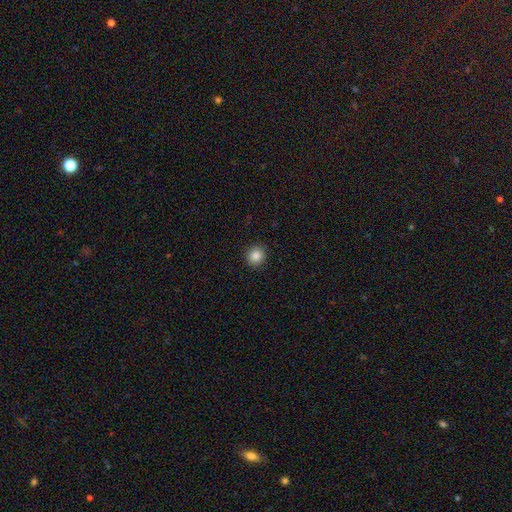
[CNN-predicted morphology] This is clearly a smooth galaxy (86%). How rounded: clearly round (91%). Merging: clearly none (91%).